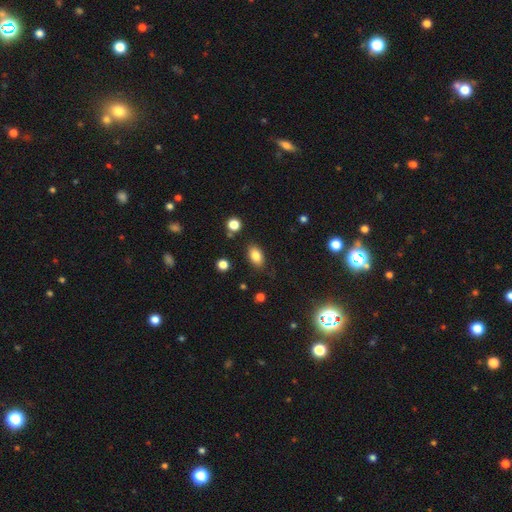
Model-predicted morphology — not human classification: smooth-or-featured: smooth: 82% | star or artifact: 10% | featured or disk: 8%
  how-rounded: in between: 88% | round: 10% | cigar-shaped: 2%
  merging: none: 83% | minor disturbance: 11% | major disturbance: 3% | merger: 3%